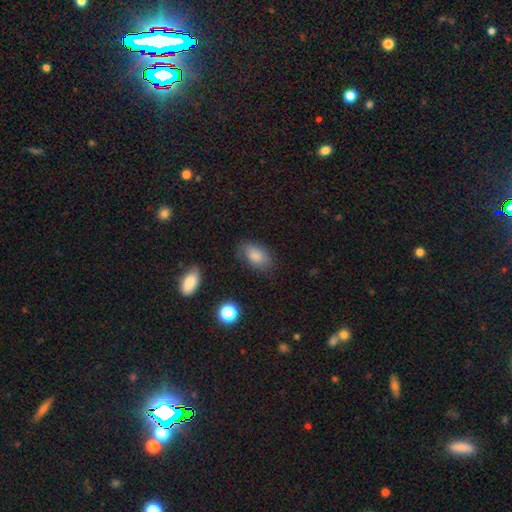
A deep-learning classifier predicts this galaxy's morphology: Smooth or featured: smooth — 83% (featured or disk — 9%)
How rounded: in between — 90% (round — 8%)
Merging: none — 75% (minor disturbance — 18%)